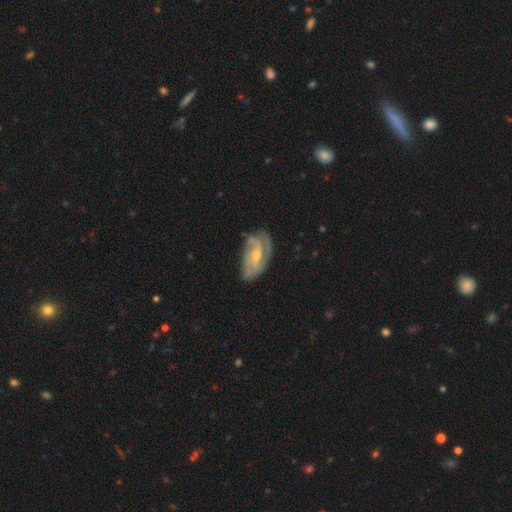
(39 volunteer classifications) smooth-or-featured: featured or disk: 87% | smooth: 13% | star or artifact: 0%
  disk-edge-on: no: 97% | yes: 3%
    bar: no: 39% | weak: 33% | strong: 27%
    has-spiral-arms: yes: 73% | no: 27%
      spiral-winding: tight: 46% | loose: 29% | medium: 25%
      spiral-arm-count: 2: 33% (tied) | can't tell: 33% (tied) | 1: 21% | 3: 12% | 4: 0% | more than 4: 0%
    bulge-size: small: 61% | moderate: 36% | none: 3% | dominant: 0% | large: 0%
  merging: minor disturbance: 41% | none: 38% | major disturbance: 21% | merger: 0%